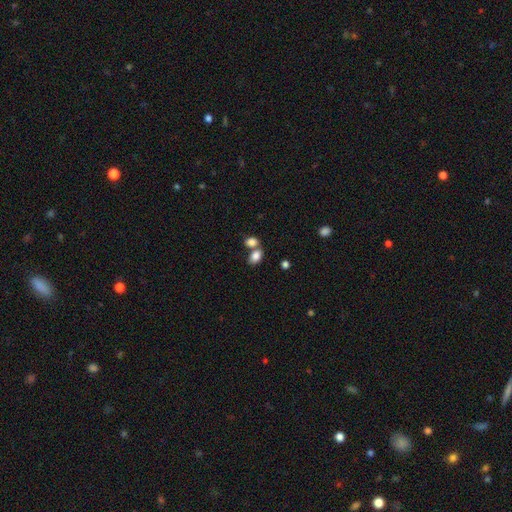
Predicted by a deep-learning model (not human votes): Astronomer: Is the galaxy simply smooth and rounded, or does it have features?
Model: smooth — 84%.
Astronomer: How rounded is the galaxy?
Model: in between — 81%.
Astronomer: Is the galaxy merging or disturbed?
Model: merger — 44% (runner-up: none, 43%).